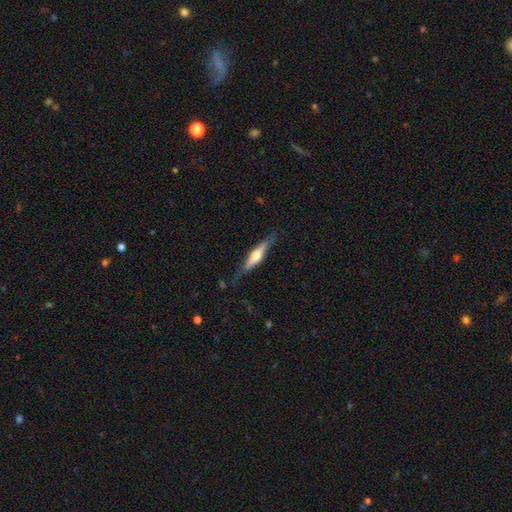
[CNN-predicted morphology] A featured or disk galaxy (63%) viewed edge-on (96%) with a rounded central bulge (92%). Merging: none (79%).